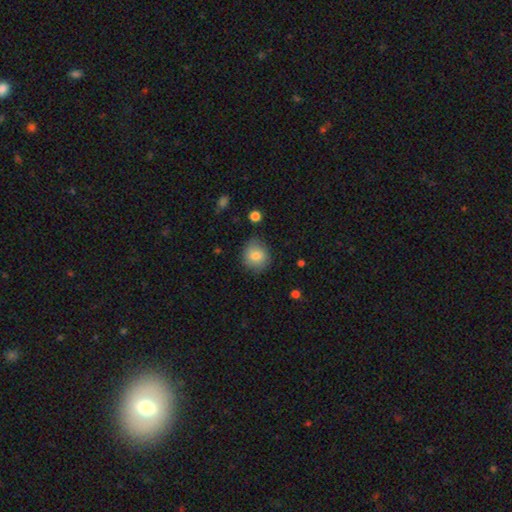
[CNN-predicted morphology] Smooth or featured?
  - smooth: 81% *
  - featured or disk: 11%
  - star or artifact: 8%
How rounded?
  - round: 78% *
  - in between: 21%
  - cigar-shaped: 1%
Merging?
  - none: 79% *
  - minor disturbance: 16%
  - major disturbance: 4%
  - merger: 2%